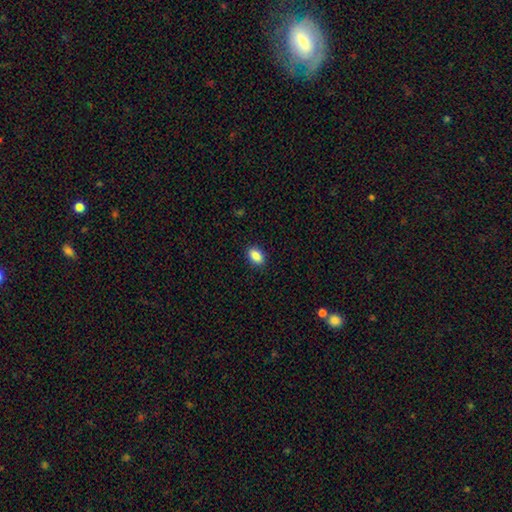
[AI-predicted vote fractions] Smooth or featured?
  - smooth: 88% *
  - star or artifact: 8%
  - featured or disk: 4%
How rounded?
  - in between: 87% *
  - round: 11%
  - cigar-shaped: 2%
Merging?
  - none: 90% *
  - minor disturbance: 7%
  - major disturbance: 2%
  - merger: 1%